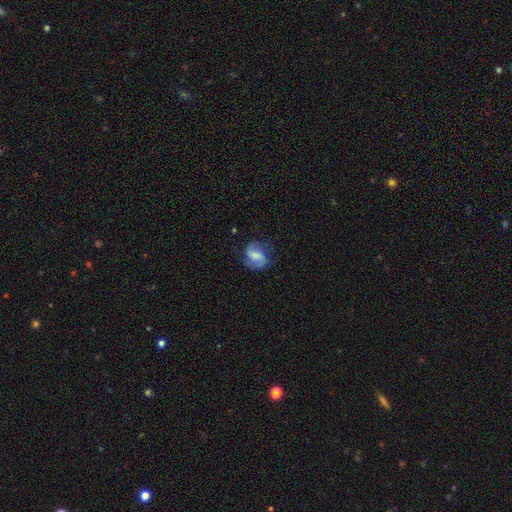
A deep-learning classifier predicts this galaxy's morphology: Smooth or featured? Predicted: featured or disk (p=0.68). Edge-on disk? Predicted: no (p=0.97). Bar? Predicted: weak (p=0.46). Spiral arms? Predicted: yes (p=0.92). Spiral winding? Predicted: medium (p=0.45). Spiral arm count? Predicted: 2 (p=0.86). Bulge size? Predicted: small (p=0.33, tied with moderate). Merging? Predicted: none (p=0.70).